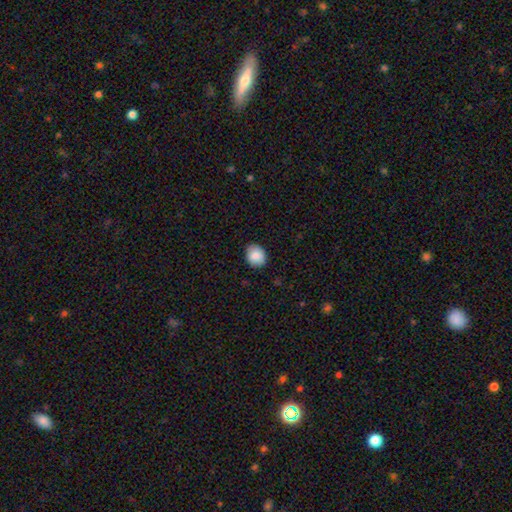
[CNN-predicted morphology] smooth-or-featured: smooth: 87% | star or artifact: 8% | featured or disk: 5%
  how-rounded: round: 55% | in between: 44% | cigar-shaped: 1%
  merging: none: 85% | minor disturbance: 12% | major disturbance: 2% | merger: 1%